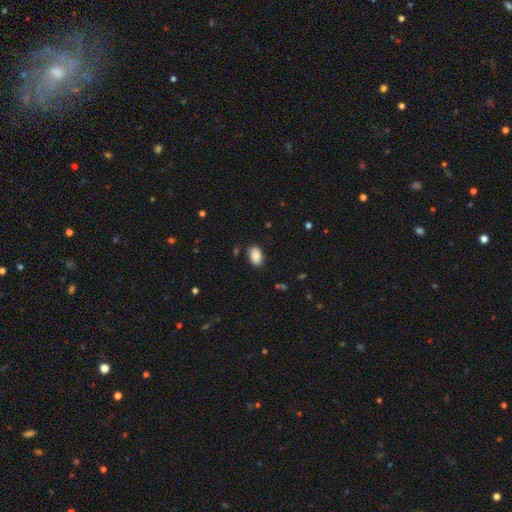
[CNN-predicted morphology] smooth_or_featured: smooth (p=0.89) [alt: star or artifact p=0.08]
how_rounded: in between (p=0.91) [alt: round p=0.07]
merging: none (p=0.85) [alt: minor disturbance p=0.11]